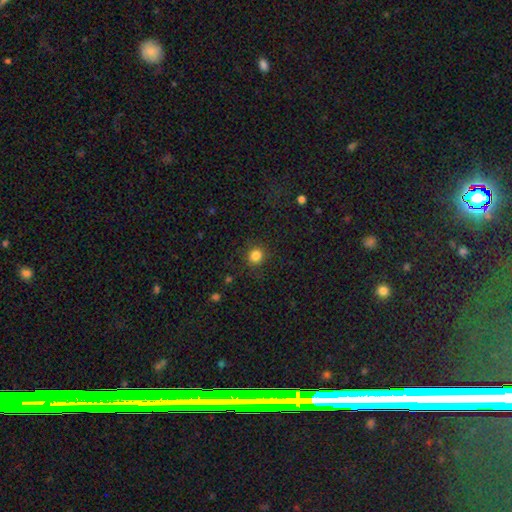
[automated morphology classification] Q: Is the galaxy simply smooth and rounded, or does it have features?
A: smooth — 84%.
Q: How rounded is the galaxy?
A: round — 90%.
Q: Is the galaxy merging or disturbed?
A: none — 89%.